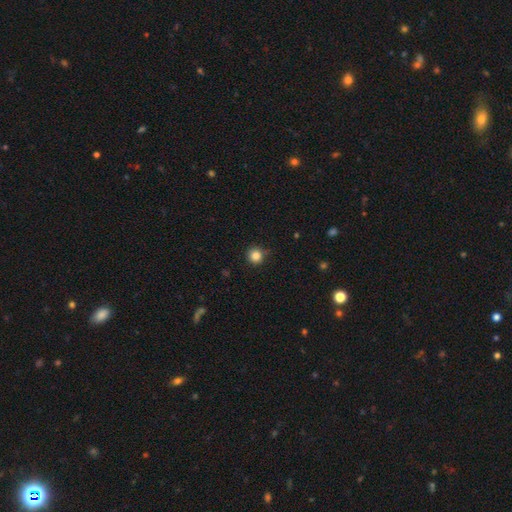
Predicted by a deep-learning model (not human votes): This is clearly a smooth galaxy (84%). How rounded: clearly round (94%). Merging: clearly none (83%).